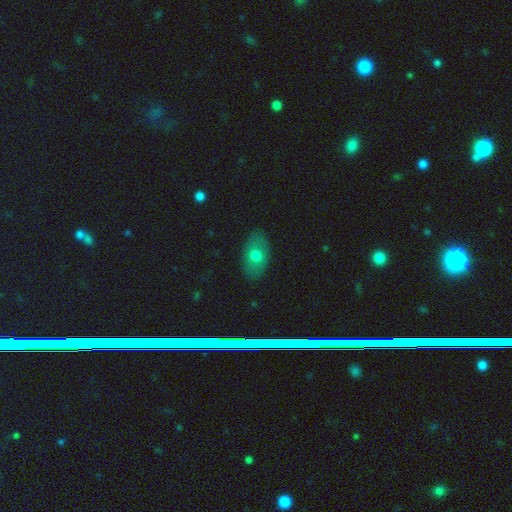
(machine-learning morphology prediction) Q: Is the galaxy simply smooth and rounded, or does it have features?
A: smooth — 67%.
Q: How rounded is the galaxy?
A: in between — 89%.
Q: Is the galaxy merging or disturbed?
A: none — 83%.